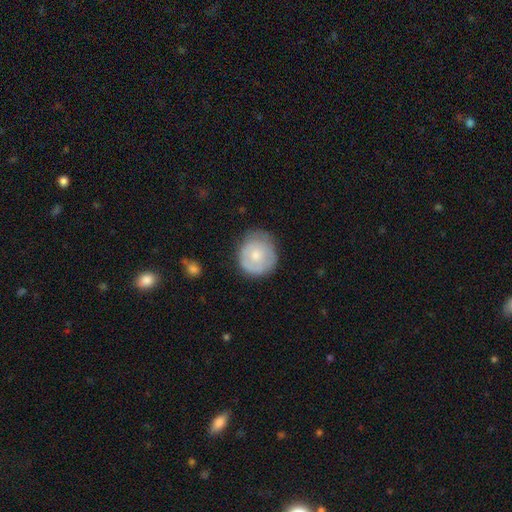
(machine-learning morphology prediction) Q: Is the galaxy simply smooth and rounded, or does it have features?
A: smooth — 62%.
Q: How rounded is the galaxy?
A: round — 80%.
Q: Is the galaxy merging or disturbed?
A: none — 66%.